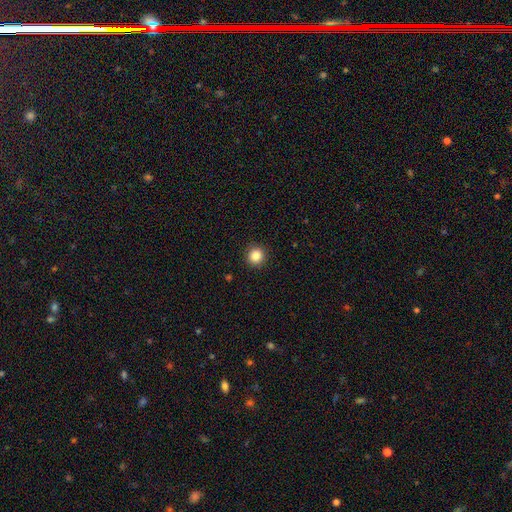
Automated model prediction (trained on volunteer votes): The model was most divided on "smooth or featured": smooth: 85%, star or artifact: 11%, featured or disk: 4%. More confident: how rounded — round (94%); merging — none (93%).